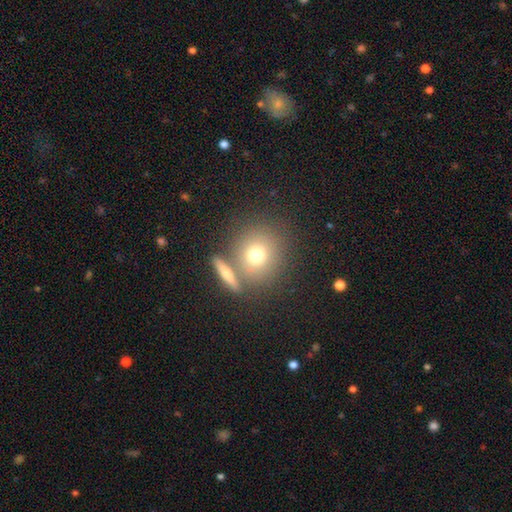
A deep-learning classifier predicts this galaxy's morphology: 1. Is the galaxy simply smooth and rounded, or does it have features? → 70% smooth, 18% featured or disk, 12% star or artifact.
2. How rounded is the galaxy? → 86% round, 12% in between, 2% cigar-shaped.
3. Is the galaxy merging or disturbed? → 68% none, 19% merger, 9% minor disturbance, 4% major disturbance.